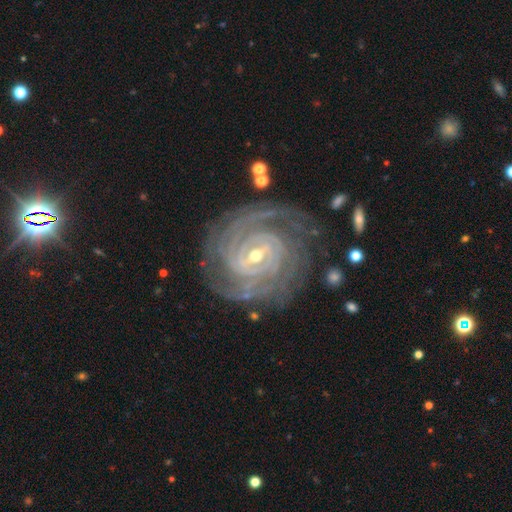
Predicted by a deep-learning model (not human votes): Smooth or featured: featured or disk — 92% (star or artifact — 5%)
Edge-on disk: no — 97% (yes — 3%)
Bar: weak — 46% (strong — 32%)
Spiral arms: yes — 98% (no — 2%)
Spiral winding: tight — 83% (medium — 15%)
Spiral arm count: 2 — 22% (tied with 3 — 22%)
Bulge size: small — 59% (moderate — 38%)
Merging: none — 79% (minor disturbance — 14%)